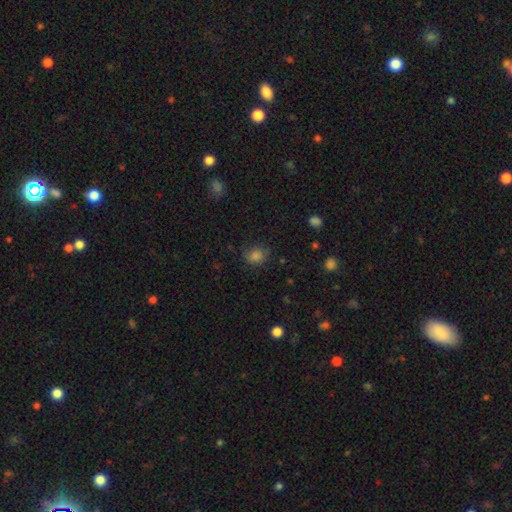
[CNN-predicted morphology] smooth 80%, star or artifact 13%, featured or disk 6%. Down the decision tree: how rounded — round (65%); merging — none (75%).